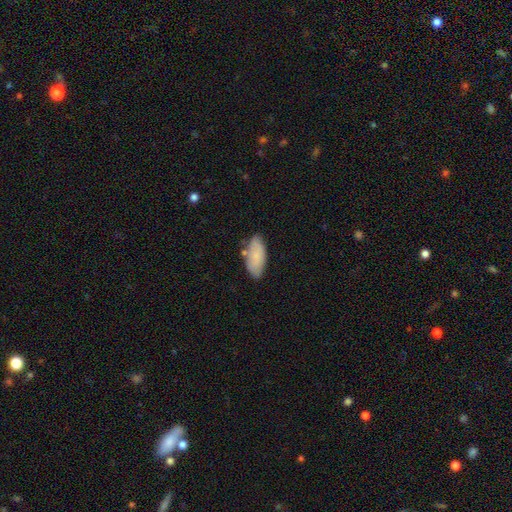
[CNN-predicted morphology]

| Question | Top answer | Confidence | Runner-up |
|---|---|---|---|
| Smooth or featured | smooth | 80% | featured or disk (14%) |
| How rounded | in between | 90% | cigar-shaped (8%) |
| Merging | none | 71% | minor disturbance (19%) |